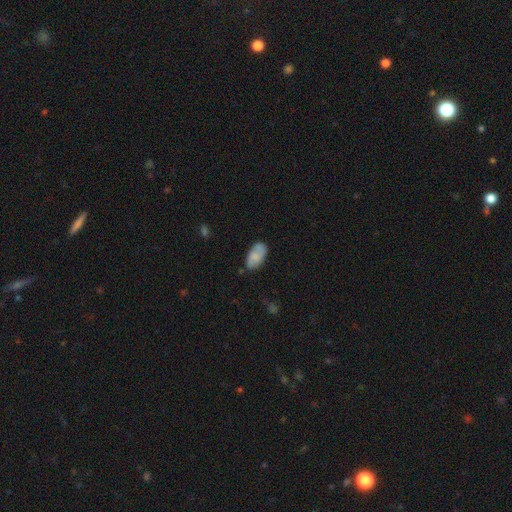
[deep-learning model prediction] Q: Smooth or featured?
A: smooth (71%); runner-up: featured or disk (22%)
Q: How rounded?
A: in between (94%); runner-up: round (3%)
Q: Merging?
A: none (68%); runner-up: minor disturbance (23%)